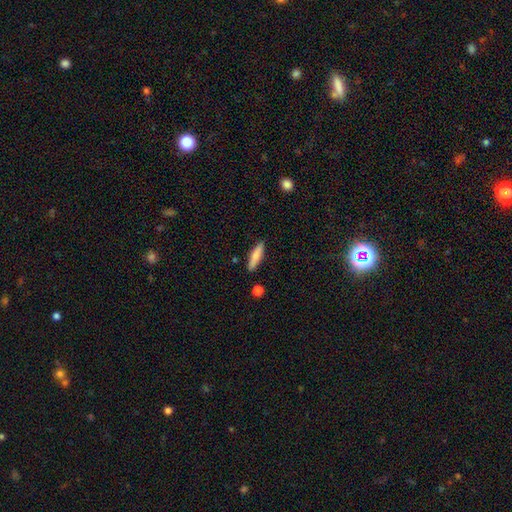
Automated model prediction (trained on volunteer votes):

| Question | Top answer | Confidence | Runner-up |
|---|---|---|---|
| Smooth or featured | smooth | 77% | featured or disk (17%) |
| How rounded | cigar-shaped | 73% | in between (25%) |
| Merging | none | 86% | minor disturbance (10%) |